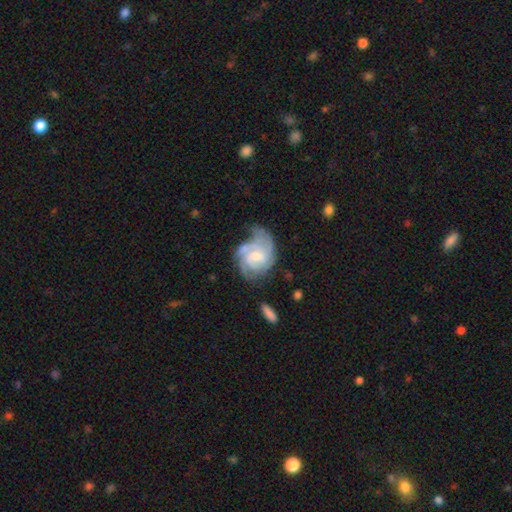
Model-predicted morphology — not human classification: Smooth or featured? Predicted: featured or disk (p=0.80). Edge-on disk? Predicted: no (p=0.98). Bar? Predicted: no (p=0.57). Spiral arms? Predicted: yes (p=0.92). Spiral winding? Predicted: tight (p=0.55). Spiral arm count? Predicted: can't tell (p=0.30). Bulge size? Predicted: small (p=0.49). Merging? Predicted: none (p=0.41).